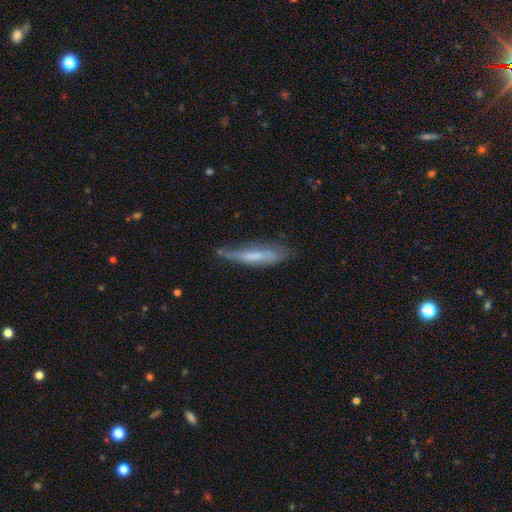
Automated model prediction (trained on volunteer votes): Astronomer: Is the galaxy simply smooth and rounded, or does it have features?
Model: smooth — 52% (runner-up: featured or disk, 41%).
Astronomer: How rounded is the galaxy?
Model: cigar-shaped — 88%.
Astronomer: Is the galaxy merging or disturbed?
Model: none — 59%.